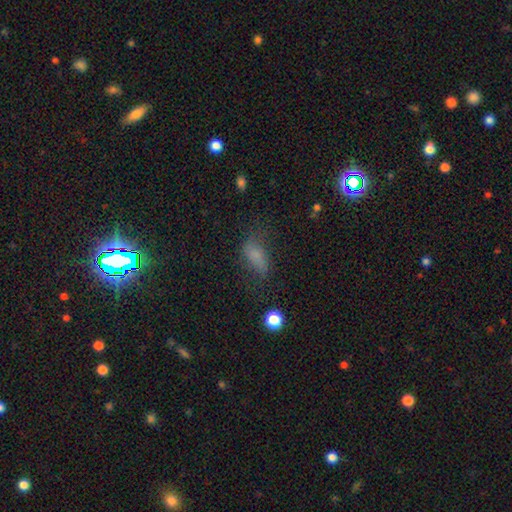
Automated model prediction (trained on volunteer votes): smooth 66%, featured or disk 18%, star or artifact 16%. Down the decision tree: how rounded — in between (83%); merging — none (46%).